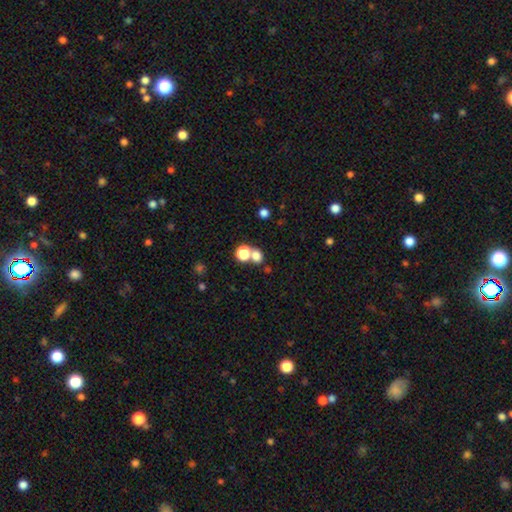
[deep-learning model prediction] Smooth or featured?
  - smooth: 73% *
  - star or artifact: 19%
  - featured or disk: 8%
How rounded?
  - round: 67% *
  - in between: 32%
  - cigar-shaped: 1%
Merging?
  - none: 50% *
  - merger: 39%
  - minor disturbance: 7%
  - major disturbance: 4%